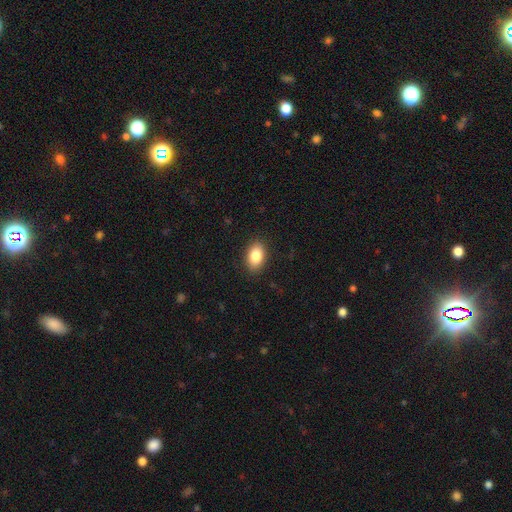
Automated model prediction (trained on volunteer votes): Q: Smooth or featured?
A: smooth (85%); runner-up: star or artifact (8%)
Q: How rounded?
A: in between (88%); runner-up: round (11%)
Q: Merging?
A: none (89%); runner-up: minor disturbance (8%)